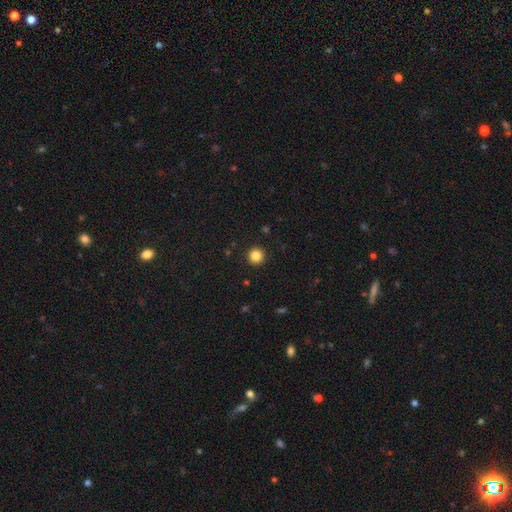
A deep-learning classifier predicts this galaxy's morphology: Smooth or featured? smooth (84%)
How rounded? round (96%)
Merging? none (93%)